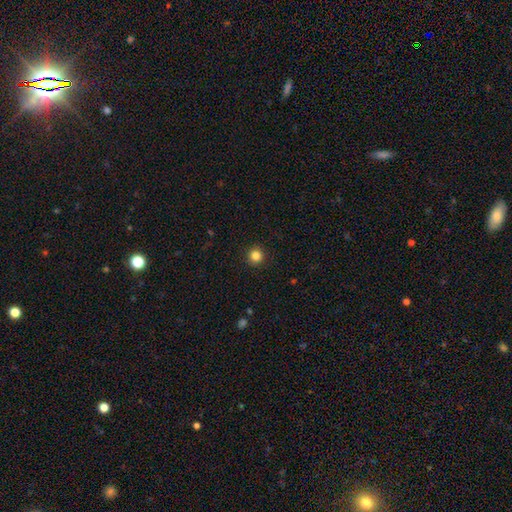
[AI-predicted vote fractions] Smooth or featured: smooth — 84% (star or artifact — 12%)
How rounded: round — 95% (in between — 4%)
Merging: none — 93% (minor disturbance — 4%)